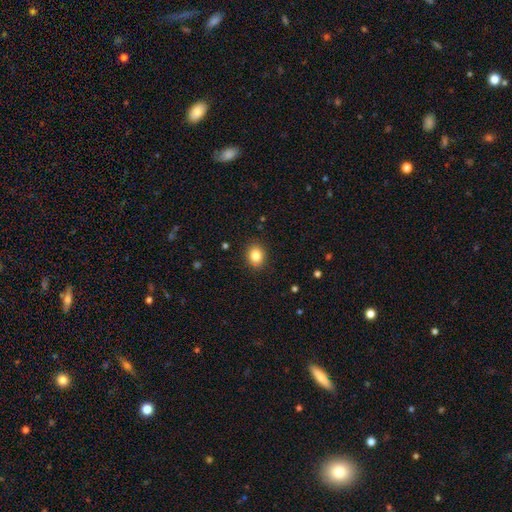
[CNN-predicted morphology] A smooth galaxy with no disk features (84%) that is round (55%). Merging: none (89%).